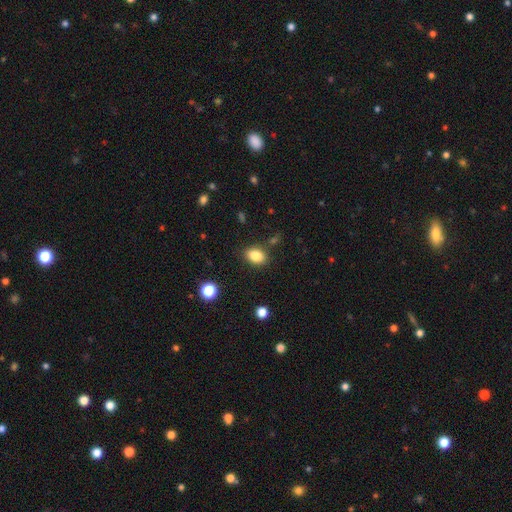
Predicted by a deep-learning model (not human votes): Smooth or featured?
  - smooth: 85% *
  - star or artifact: 9%
  - featured or disk: 5%
How rounded?
  - in between: 76% *
  - round: 23%
  - cigar-shaped: 1%
Merging?
  - none: 83% *
  - minor disturbance: 11%
  - merger: 3%
  - major disturbance: 3%